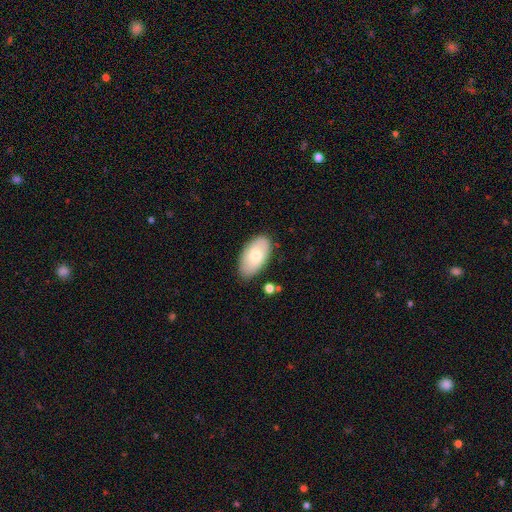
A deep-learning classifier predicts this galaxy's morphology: Overall: smooth (70%). How rounded: in between (95%). Merging: none (82%).